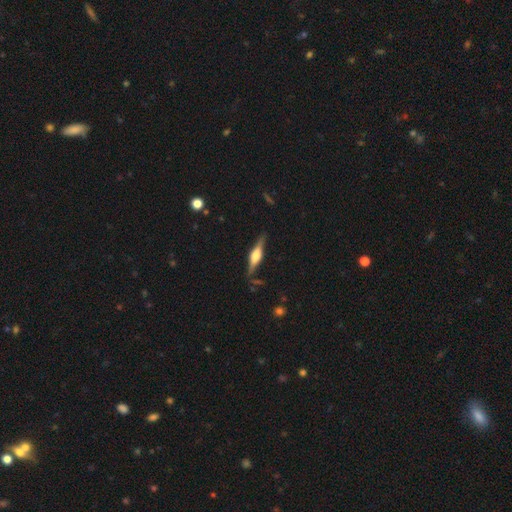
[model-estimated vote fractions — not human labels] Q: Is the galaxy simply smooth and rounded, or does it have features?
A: featured or disk — 72%.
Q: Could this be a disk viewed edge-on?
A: yes — 97%.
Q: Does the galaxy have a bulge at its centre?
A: rounded — 82%.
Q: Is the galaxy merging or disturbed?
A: none — 84%.